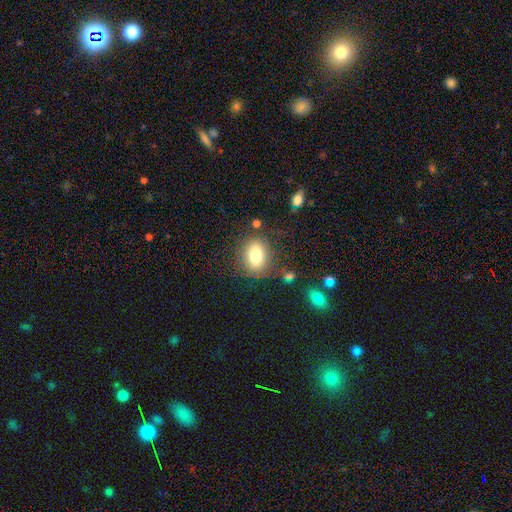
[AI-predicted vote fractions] Q: Smooth or featured?
A: smooth (78%); runner-up: featured or disk (12%)
Q: How rounded?
A: in between (64%); runner-up: round (34%)
Q: Merging?
A: none (78%); runner-up: minor disturbance (13%)